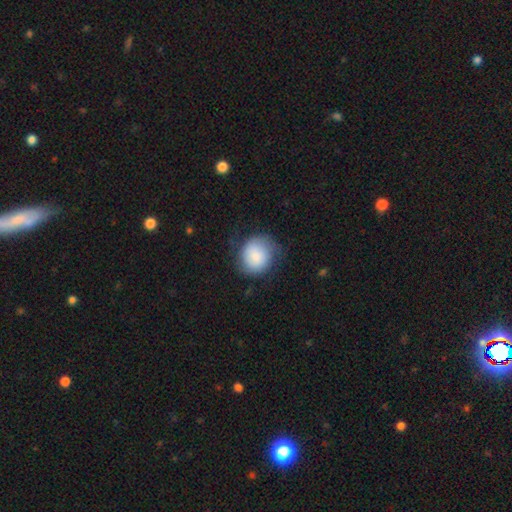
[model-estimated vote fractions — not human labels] Smooth or featured: smooth — 78% (featured or disk — 15%)
How rounded: round — 82% (in between — 17%)
Merging: none — 63% (minor disturbance — 25%)